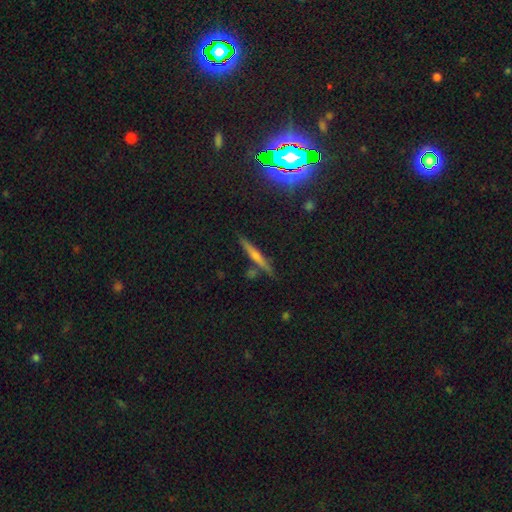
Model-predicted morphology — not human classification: This appears to be a featured or disk galaxy (47%). Merging: none (82%).